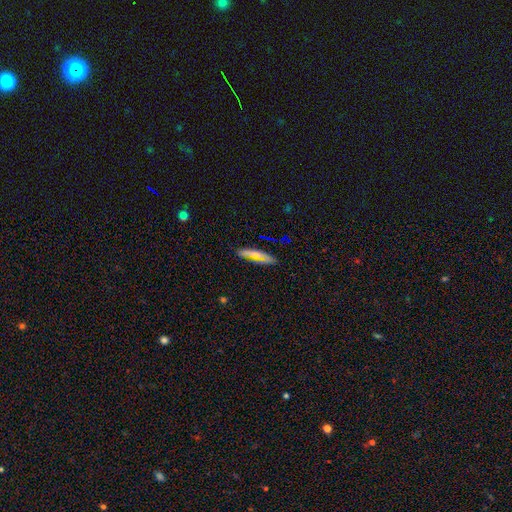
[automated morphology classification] Smooth or featured? smooth (54%)
How rounded? cigar-shaped (64%)
Merging? none (79%)